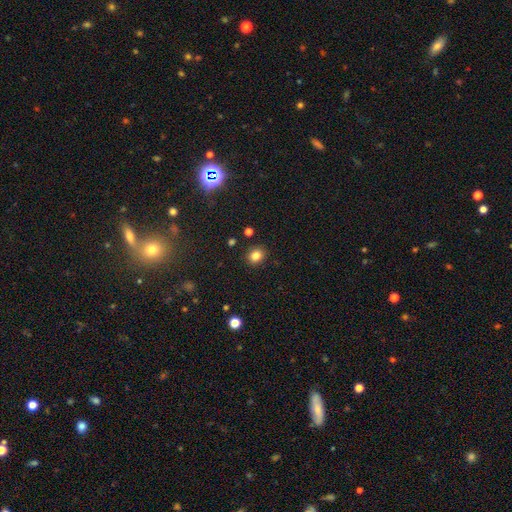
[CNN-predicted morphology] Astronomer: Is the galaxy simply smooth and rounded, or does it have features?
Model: smooth — 82%.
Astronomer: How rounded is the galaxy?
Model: round — 72%.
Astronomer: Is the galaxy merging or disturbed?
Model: none — 89%.